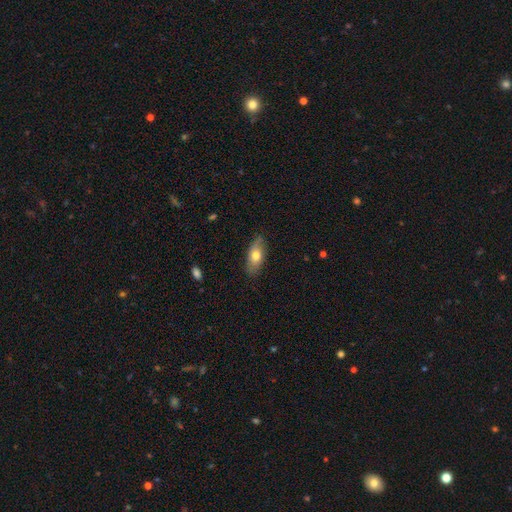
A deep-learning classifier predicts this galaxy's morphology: Smooth or featured: smooth — 70% (featured or disk — 24%)
How rounded: in between — 86% (cigar-shaped — 10%)
Merging: none — 82% (minor disturbance — 15%)